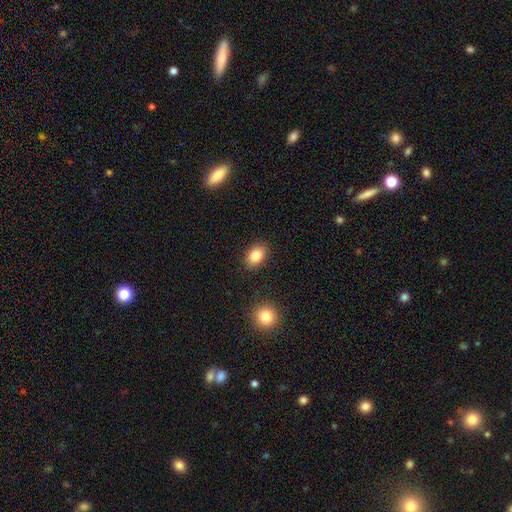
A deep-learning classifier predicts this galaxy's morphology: smooth 83%, star or artifact 9%, featured or disk 8%. Down the decision tree: how rounded — in between (81%); merging — none (88%).